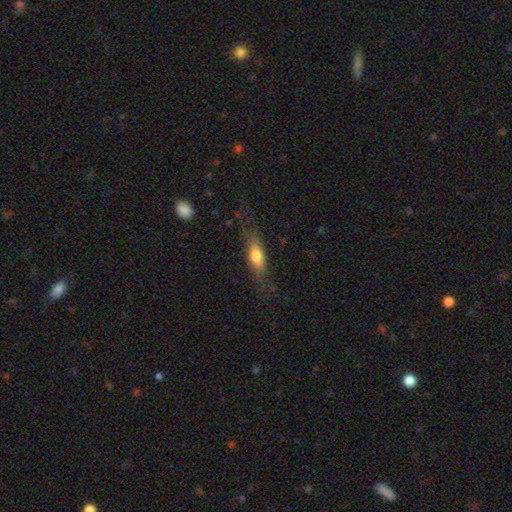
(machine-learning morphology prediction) Smooth or featured? Predicted: smooth (p=0.64). How rounded? Predicted: cigar-shaped (p=0.51). Merging? Predicted: none (p=0.68).